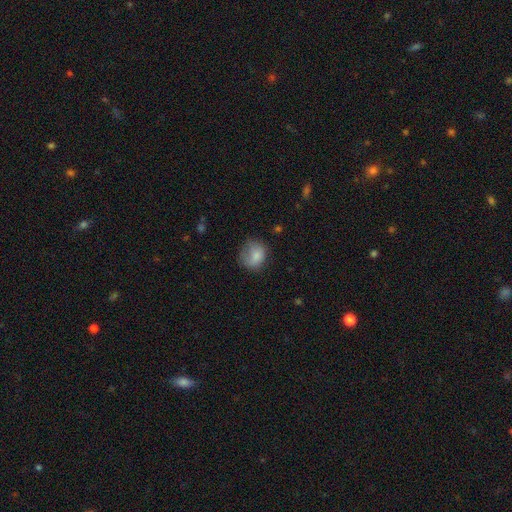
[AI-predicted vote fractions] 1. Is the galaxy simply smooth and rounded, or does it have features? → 81% smooth, 11% featured or disk, 9% star or artifact.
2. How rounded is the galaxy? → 67% round, 32% in between, 1% cigar-shaped.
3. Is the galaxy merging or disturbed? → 57% none, 28% minor disturbance, 14% major disturbance, 2% merger.